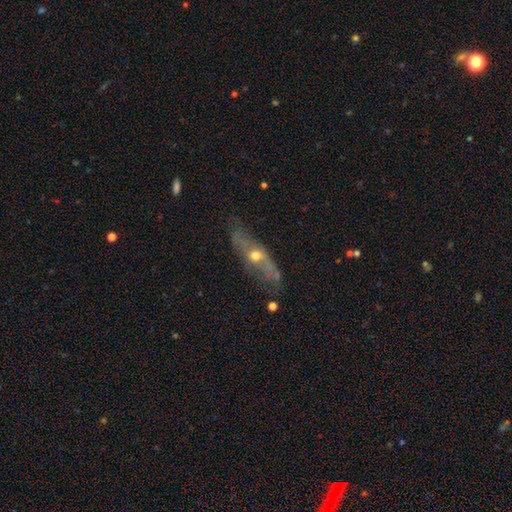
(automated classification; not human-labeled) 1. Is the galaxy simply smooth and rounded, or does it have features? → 68% featured or disk, 25% smooth, 7% star or artifact.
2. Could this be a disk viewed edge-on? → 60% no, 40% yes.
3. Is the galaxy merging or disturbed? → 64% none, 24% minor disturbance, 10% major disturbance, 3% merger.